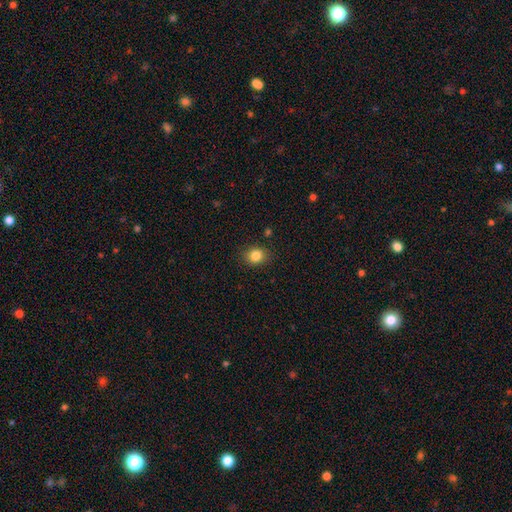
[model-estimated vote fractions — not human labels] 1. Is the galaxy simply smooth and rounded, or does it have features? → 84% smooth, 11% star or artifact, 5% featured or disk.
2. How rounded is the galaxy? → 65% round, 34% in between, 1% cigar-shaped.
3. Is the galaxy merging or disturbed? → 87% none, 9% minor disturbance, 2% major disturbance, 1% merger.